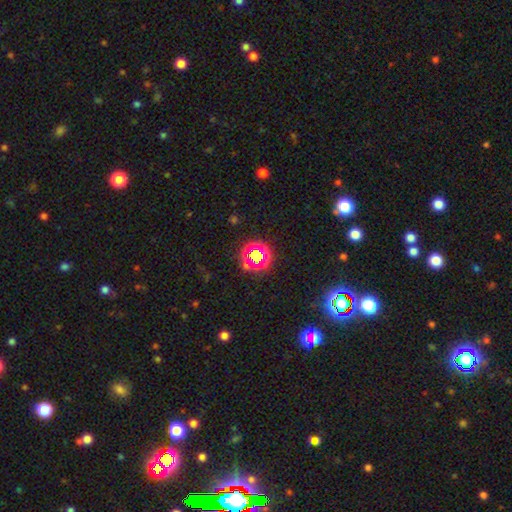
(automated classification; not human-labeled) Smooth or featured? star or artifact (62%)